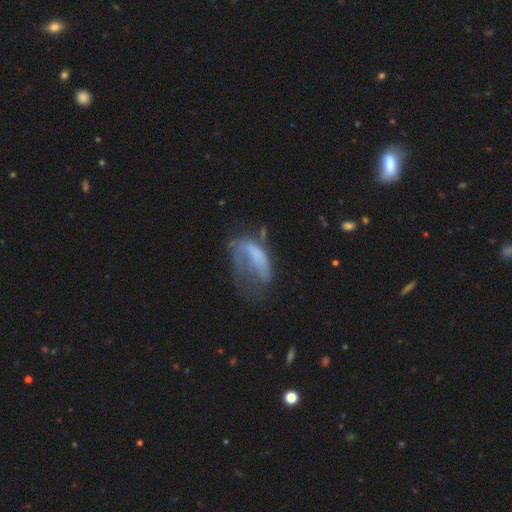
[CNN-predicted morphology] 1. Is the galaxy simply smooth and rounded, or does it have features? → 48% featured or disk, 42% smooth, 11% star or artifact.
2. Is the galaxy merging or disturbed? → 54% major disturbance, 21% none, 19% minor disturbance, 6% merger.